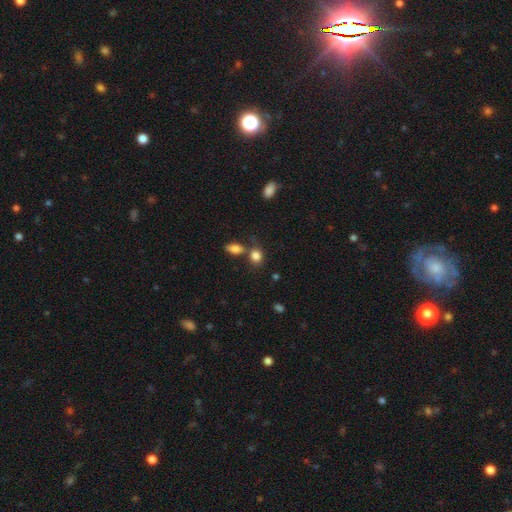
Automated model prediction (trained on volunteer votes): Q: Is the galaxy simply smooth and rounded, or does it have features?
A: smooth — 83%.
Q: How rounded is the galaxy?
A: round — 53%.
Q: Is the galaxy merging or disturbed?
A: none — 52%.